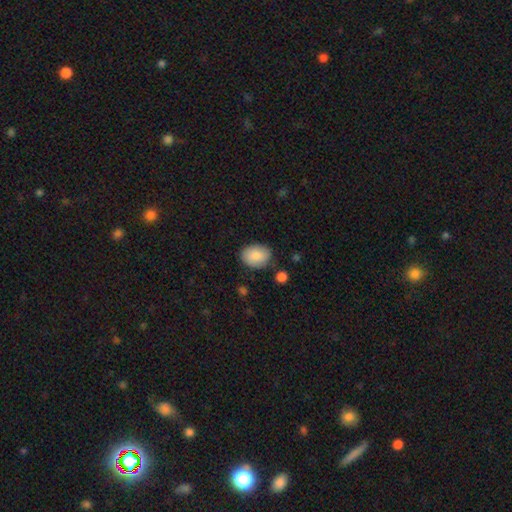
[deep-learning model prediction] The model was most divided on "how rounded": in between: 69%, round: 30%, cigar-shaped: 1%. More confident: smooth or featured — smooth (87%); merging — none (80%).